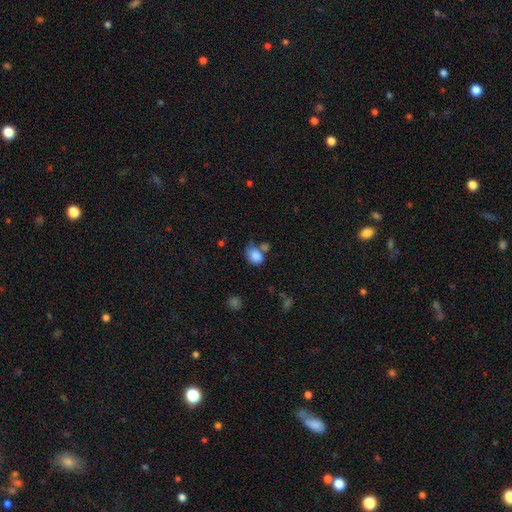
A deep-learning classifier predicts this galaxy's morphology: Smooth or featured? Predicted: smooth (p=0.83). How rounded? Predicted: in between (p=0.56). Merging? Predicted: none (p=0.41).